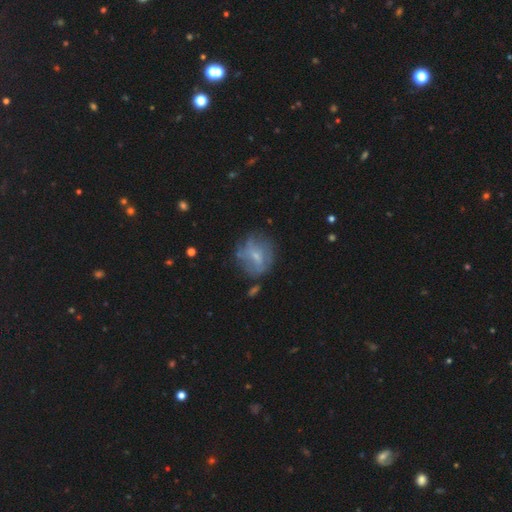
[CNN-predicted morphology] The model was most divided on "smooth or featured": featured or disk: 51%, smooth: 39%, star or artifact: 10%. More confident: edge-on disk — no (96%); merging — none (59%).